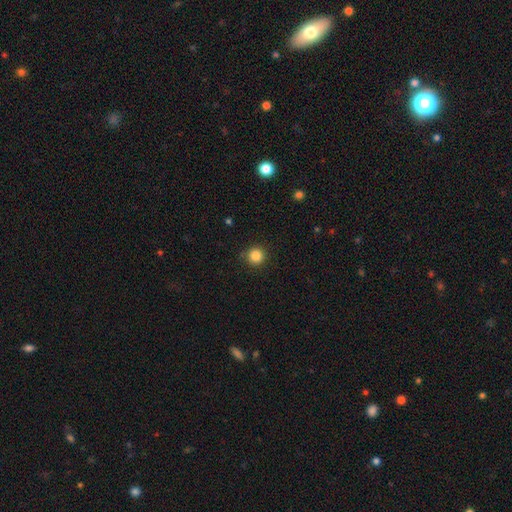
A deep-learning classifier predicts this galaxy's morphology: This is clearly a smooth galaxy (85%). How rounded: clearly round (95%). Merging: clearly none (89%).